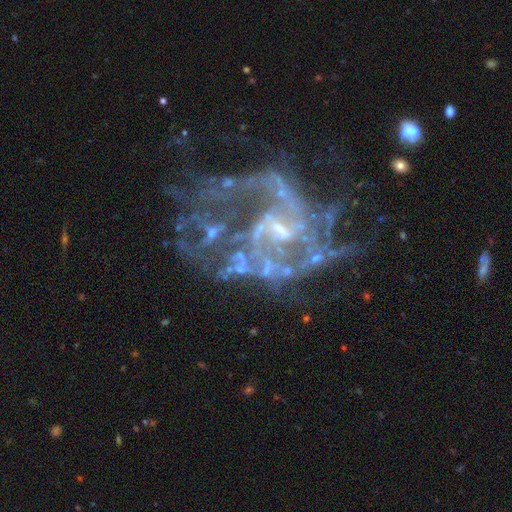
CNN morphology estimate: Smooth or featured: featured or disk — 84% (star or artifact — 11%)
Edge-on disk: no — 98% (yes — 2%)
Bar: no — 51% (weak — 38%)
Spiral arms: yes — 76% (no — 24%)
Spiral winding: loose — 41% (medium — 40%)
Spiral arm count: can't tell — 32% (tied with 2 — 32%)
Bulge size: small — 51% (none — 28%)
Merging: major disturbance — 41% (none — 33%)